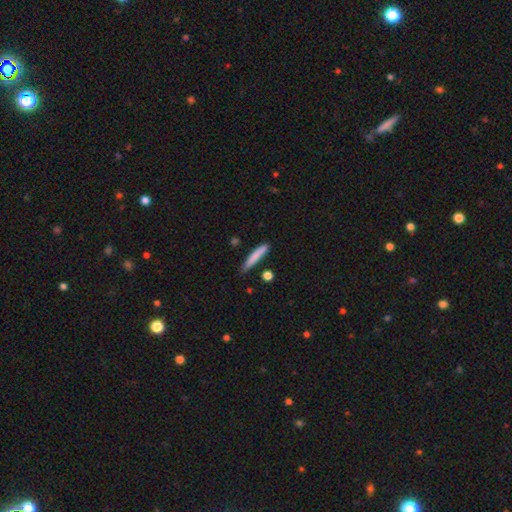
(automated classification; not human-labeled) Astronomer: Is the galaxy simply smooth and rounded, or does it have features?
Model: smooth — 80%.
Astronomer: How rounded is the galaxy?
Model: cigar-shaped — 92%.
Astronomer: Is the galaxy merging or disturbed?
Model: none — 75%.